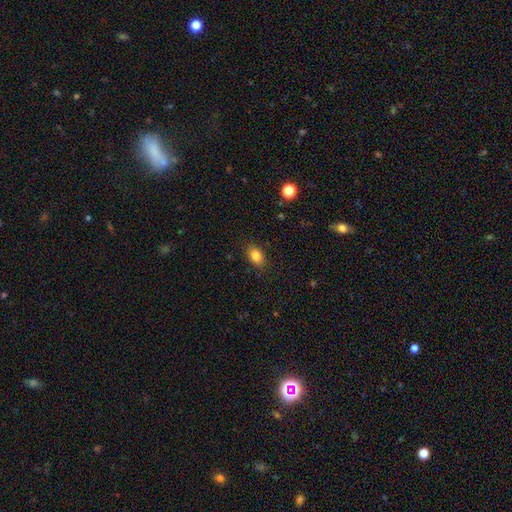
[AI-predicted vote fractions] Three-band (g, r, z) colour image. It shows a smooth galaxy with no disk features (83%) that is in between round and cigar-shaped (82%). Merging: none (86%).